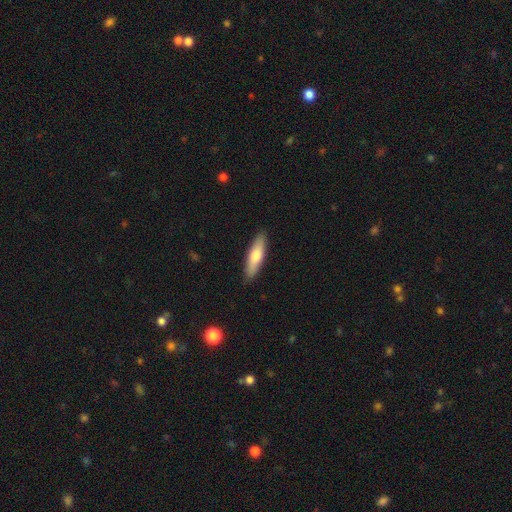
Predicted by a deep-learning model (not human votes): A smooth galaxy with no disk features (70%) that is cigar-shaped (63%). Merging: none (89%).